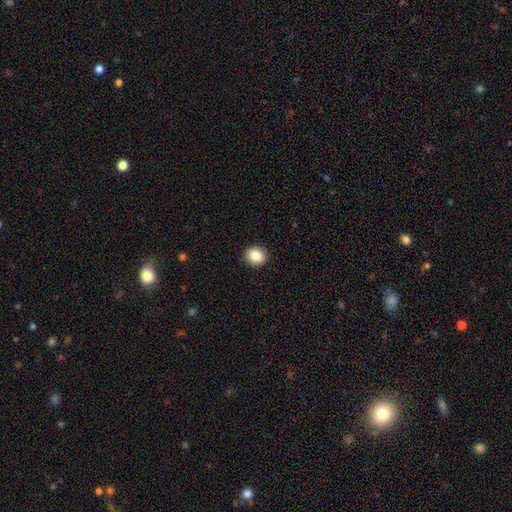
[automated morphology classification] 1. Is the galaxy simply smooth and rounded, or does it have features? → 86% smooth, 9% star or artifact, 5% featured or disk.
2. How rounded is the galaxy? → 79% round, 20% in between, 1% cigar-shaped.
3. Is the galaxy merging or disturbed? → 91% none, 6% minor disturbance, 2% major disturbance, 1% merger.